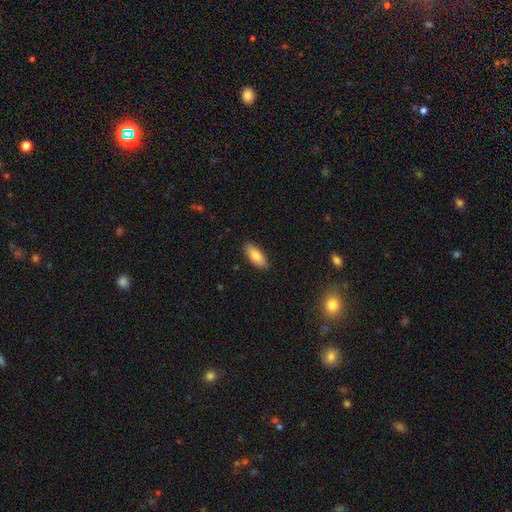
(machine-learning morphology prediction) Smooth or featured: smooth — 81% (featured or disk — 13%)
How rounded: in between — 76% (cigar-shaped — 21%)
Merging: none — 87% (minor disturbance — 10%)